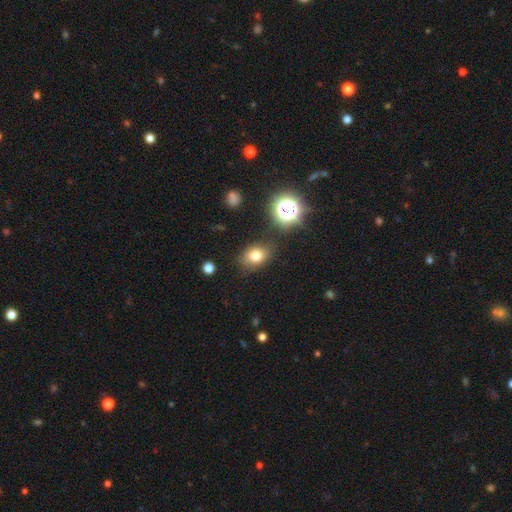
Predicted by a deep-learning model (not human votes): smooth 76%, star or artifact 15%, featured or disk 9%. Down the decision tree: how rounded — in between (68%); merging — none (78%).